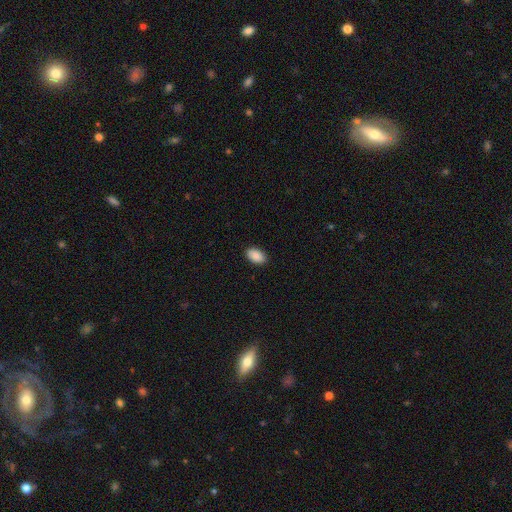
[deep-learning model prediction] smooth_or_featured: smooth (p=0.90) [alt: star or artifact p=0.07]
how_rounded: in between (p=0.93) [alt: round p=0.05]
merging: none (p=0.89) [alt: minor disturbance p=0.08]